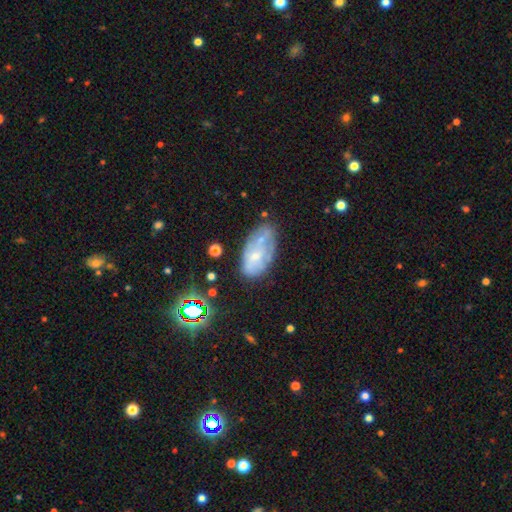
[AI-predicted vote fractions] Smooth or featured? featured or disk (49%)
Merging? none (52%)